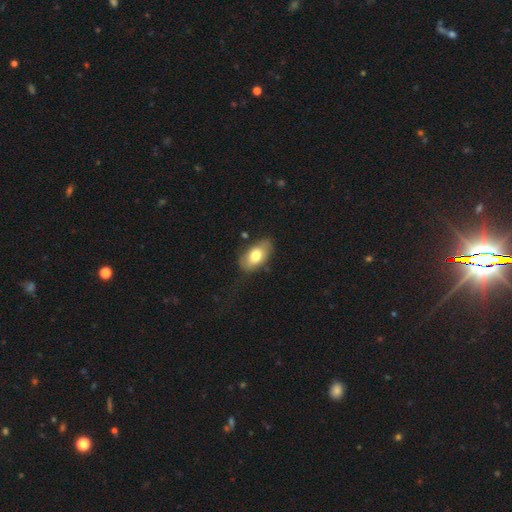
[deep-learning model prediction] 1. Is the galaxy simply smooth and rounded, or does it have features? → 73% smooth, 20% featured or disk, 7% star or artifact.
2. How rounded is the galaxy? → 91% in between, 6% round, 3% cigar-shaped.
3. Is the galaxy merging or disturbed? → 74% none, 19% minor disturbance, 5% major disturbance, 2% merger.